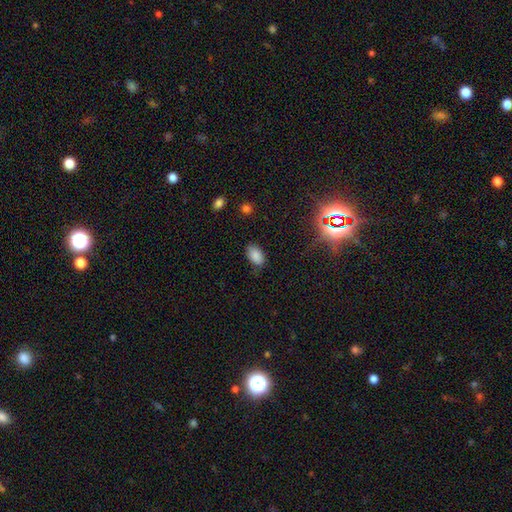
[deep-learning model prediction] Smooth or featured?
  - smooth: 85% *
  - star or artifact: 10%
  - featured or disk: 5%
How rounded?
  - in between: 92% *
  - round: 6%
  - cigar-shaped: 1%
Merging?
  - none: 78% *
  - minor disturbance: 17%
  - major disturbance: 4%
  - merger: 2%